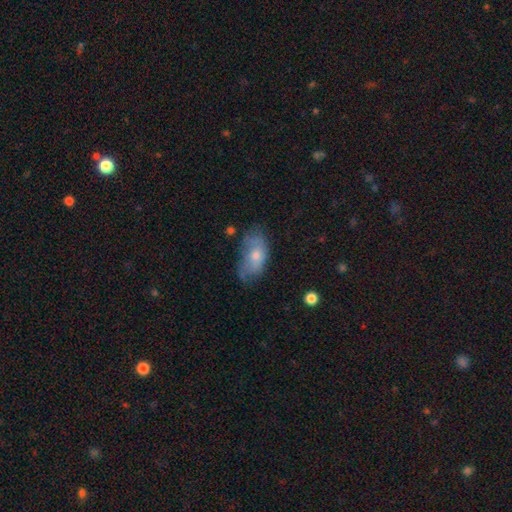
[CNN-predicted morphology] The model was most divided on "merging": none: 49%, minor disturbance: 33%, major disturbance: 15%, merger: 3%. More confident: how rounded — in between (90%); smooth or featured — smooth (57%).